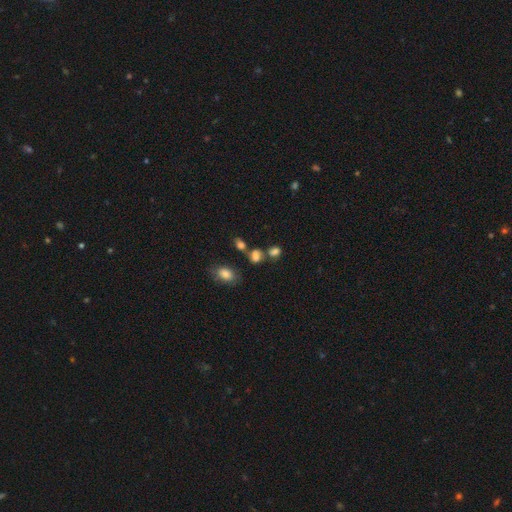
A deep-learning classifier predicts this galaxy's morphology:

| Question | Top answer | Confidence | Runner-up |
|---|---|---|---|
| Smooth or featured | smooth | 76% | star or artifact (16%) |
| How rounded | in between | 57% | round (40%) |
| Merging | none | 47% | merger (31%) |